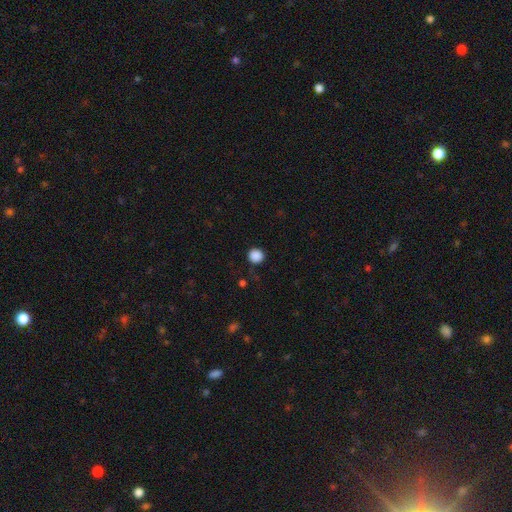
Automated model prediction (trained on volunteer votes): The model was most divided on "smooth or featured": smooth: 88%, star or artifact: 10%, featured or disk: 3%. More confident: how rounded — round (93%); merging — none (87%).